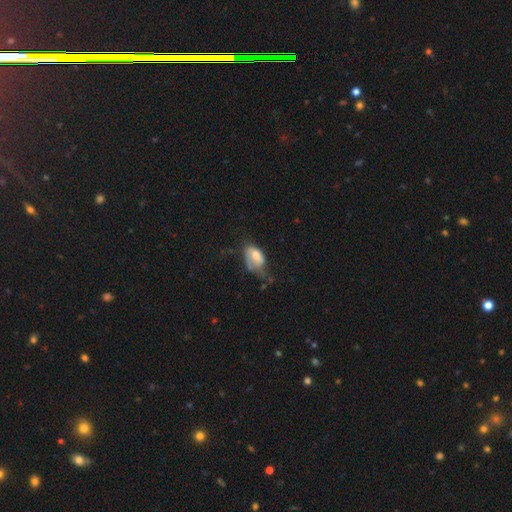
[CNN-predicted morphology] The model was most divided on "merging": major disturbance: 36%, minor disturbance: 34%, none: 25%, merger: 5%. More confident: how rounded — in between (90%); smooth or featured — smooth (61%).